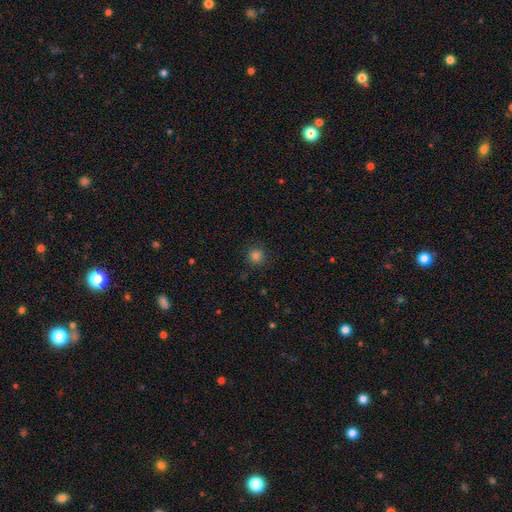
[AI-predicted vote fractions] smooth-or-featured: smooth: 82% | star or artifact: 14% | featured or disk: 4%
  how-rounded: round: 94% | in between: 5% | cigar-shaped: 1%
  merging: none: 91% | minor disturbance: 6% | major disturbance: 2% | merger: 1%